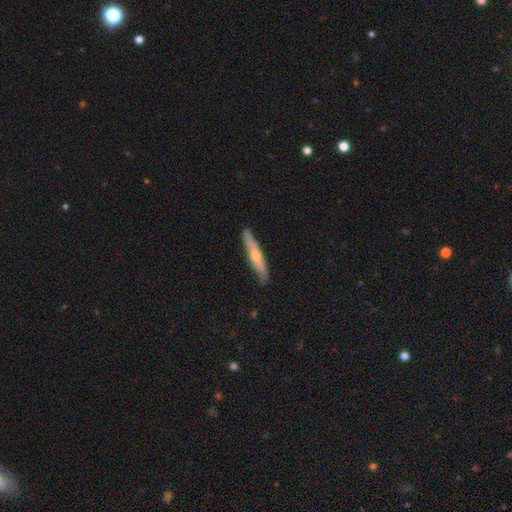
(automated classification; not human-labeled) Smooth or featured: featured or disk — 55% (smooth — 38%)
Edge-on disk: yes — 84% (no — 16%)
Merging: none — 87% (minor disturbance — 11%)